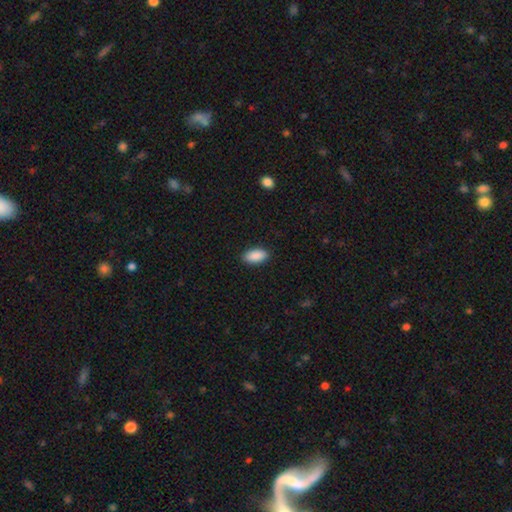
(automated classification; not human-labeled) smooth 90%, star or artifact 6%, featured or disk 3%. Down the decision tree: how rounded — in between (92%); merging — none (89%).